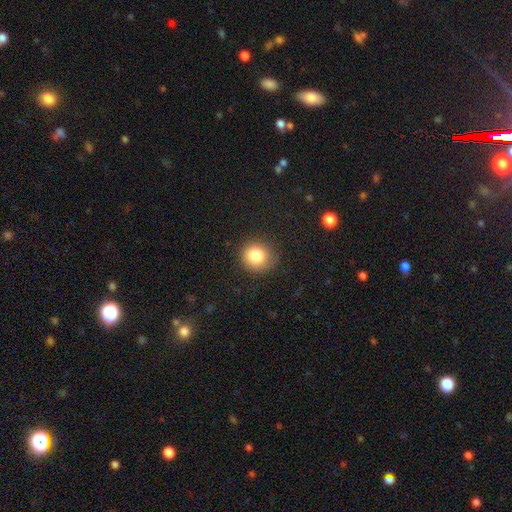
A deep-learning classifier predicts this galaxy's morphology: This appears to be a smooth galaxy with no disk features (83%) that is round (87%). Merging: none (85%).